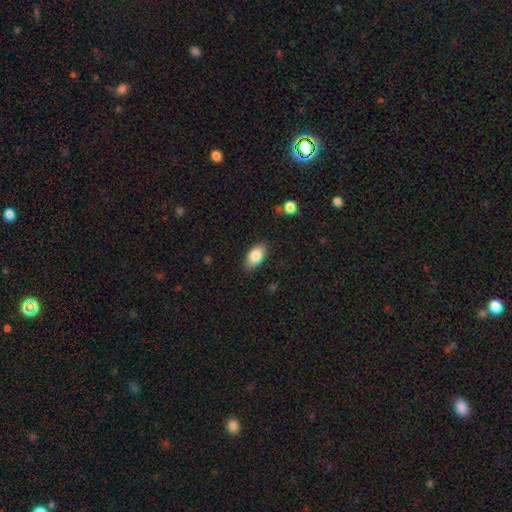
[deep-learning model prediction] Overall: smooth (85%). How rounded: in between (92%). Merging: none (85%).